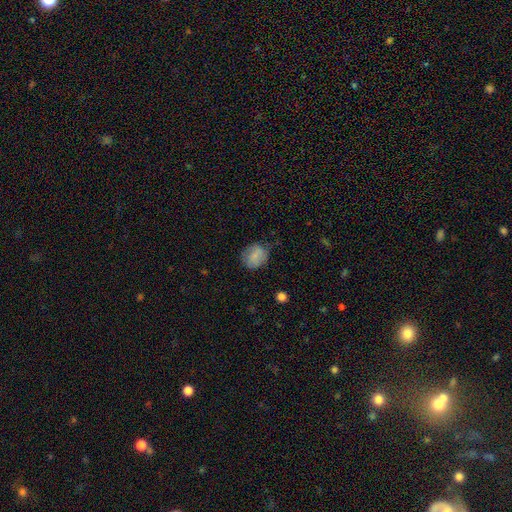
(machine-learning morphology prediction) smooth_or_featured: smooth (p=0.79) [alt: featured or disk p=0.12]
how_rounded: round (p=0.61) [alt: in between p=0.38]
merging: none (p=0.70) [alt: minor disturbance p=0.22]